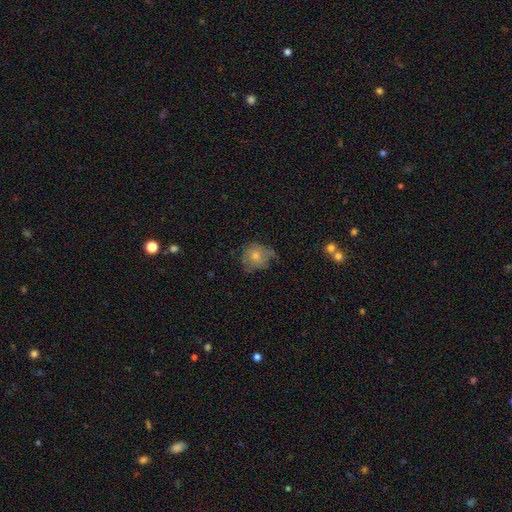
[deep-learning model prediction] Smooth or featured? Predicted: smooth (p=0.55). How rounded? Predicted: round (p=0.79). Merging? Predicted: none (p=0.53).